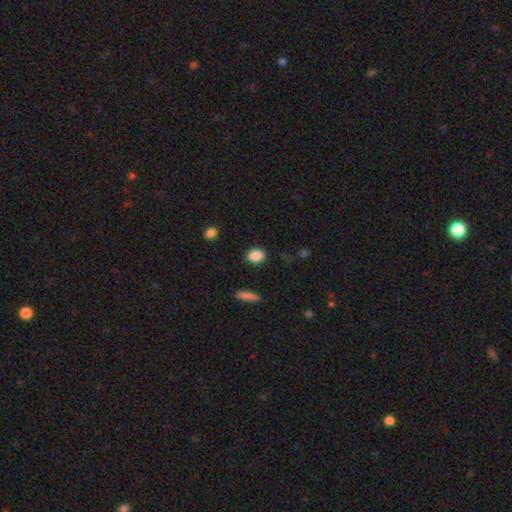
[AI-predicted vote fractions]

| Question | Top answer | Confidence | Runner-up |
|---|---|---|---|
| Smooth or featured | smooth | 88% | star or artifact (8%) |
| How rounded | in between | 66% | round (32%) |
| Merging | none | 88% | minor disturbance (8%) |